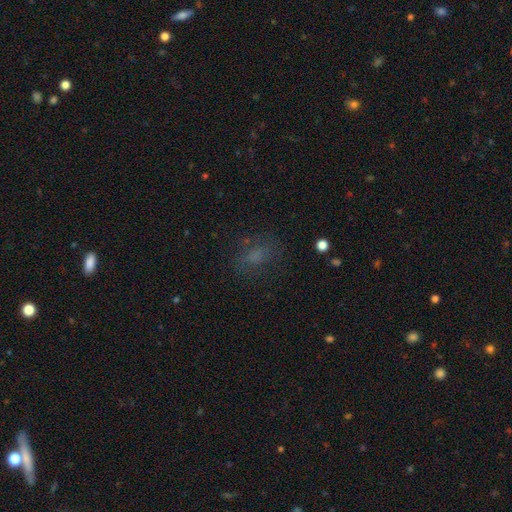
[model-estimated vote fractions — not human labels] Smooth or featured?
  - smooth: 57% *
  - star or artifact: 24%
  - featured or disk: 19%
How rounded?
  - in between: 70% *
  - round: 26%
  - cigar-shaped: 4%
Merging?
  - none: 68% *
  - minor disturbance: 17%
  - major disturbance: 13%
  - merger: 2%